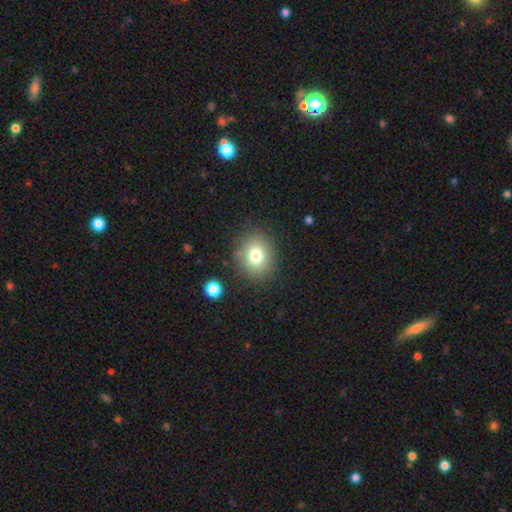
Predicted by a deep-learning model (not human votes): A smooth galaxy with no disk features (76%) that is round (70%). Merging: none (83%).